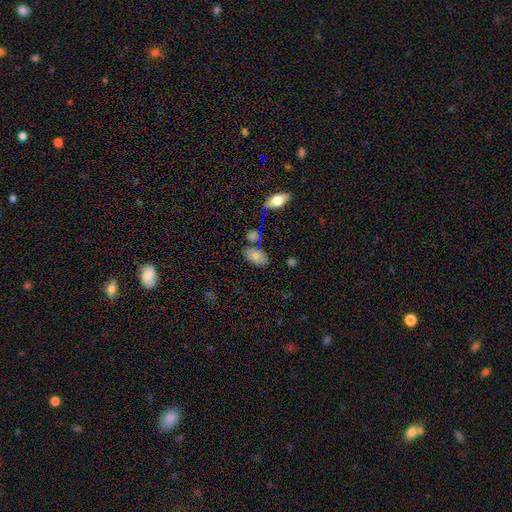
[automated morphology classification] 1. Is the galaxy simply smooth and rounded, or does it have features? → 76% smooth, 12% featured or disk, 12% star or artifact.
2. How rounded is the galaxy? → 90% in between, 7% round, 3% cigar-shaped.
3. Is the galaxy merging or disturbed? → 73% none, 15% minor disturbance, 7% merger, 4% major disturbance.